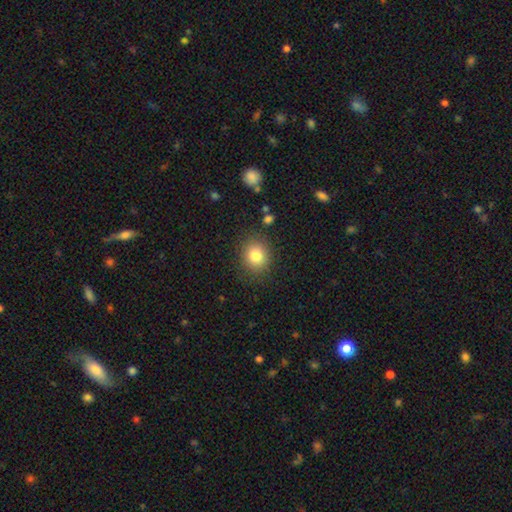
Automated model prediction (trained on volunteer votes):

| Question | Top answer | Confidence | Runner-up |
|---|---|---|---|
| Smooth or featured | smooth | 82% | star or artifact (11%) |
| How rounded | round | 76% | in between (23%) |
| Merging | none | 85% | minor disturbance (10%) |